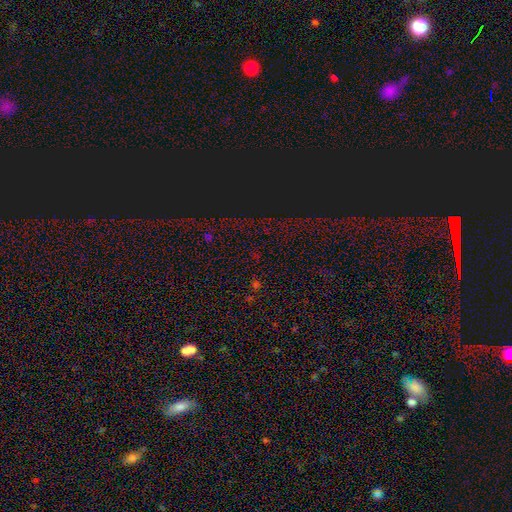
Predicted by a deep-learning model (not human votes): smooth-or-featured: star or artifact: 69% | smooth: 24% | featured or disk: 7%